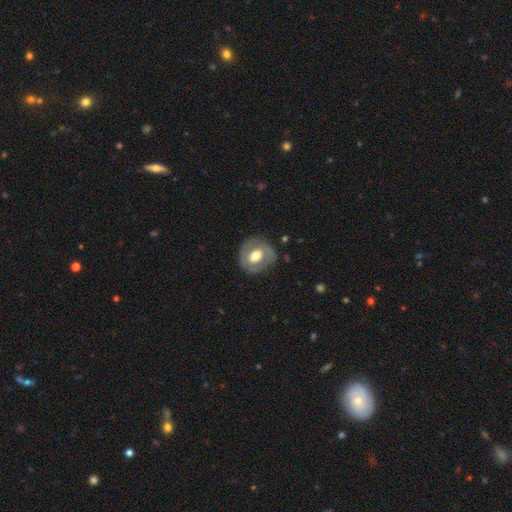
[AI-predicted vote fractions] A featured or disk galaxy (51%).

Vote fractions:
- Smooth or featured? featured or disk: 51% / smooth: 43% / star or artifact: 6%
- Edge-on disk? no: 95% / yes: 5%
- Merging? none: 76% / minor disturbance: 16% / major disturbance: 7% / merger: 1%